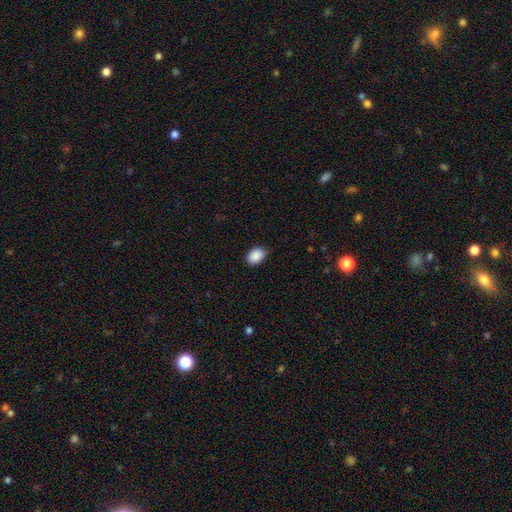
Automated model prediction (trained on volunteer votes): smooth 90%, star or artifact 7%, featured or disk 3%. Down the decision tree: how rounded — in between (77%); merging — none (83%).